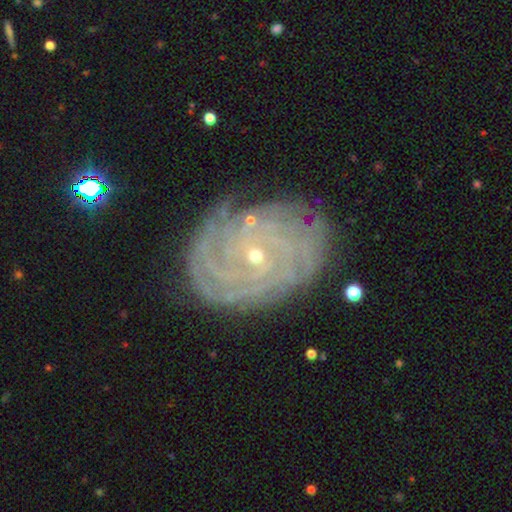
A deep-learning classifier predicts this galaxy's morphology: Smooth or featured? featured or disk (88%)
Edge-on disk? no (97%)
Bar? no (72%)
Spiral arms? yes (97%)
Spiral winding? tight (84%)
Spiral arm count? 4 (24%, tied with can't tell)
Bulge size? small (75%)
Merging? none (78%)